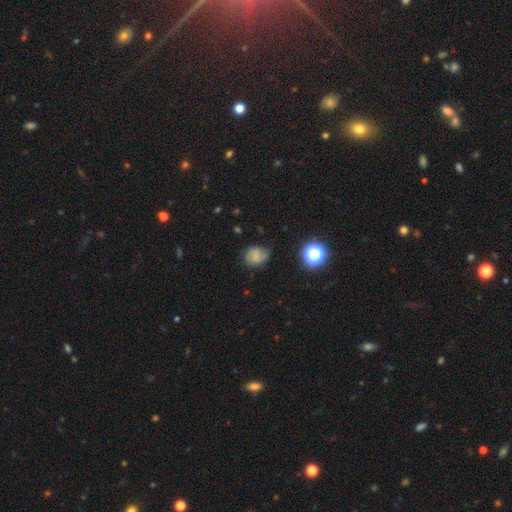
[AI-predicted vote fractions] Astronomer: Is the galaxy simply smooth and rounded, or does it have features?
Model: smooth — 64%.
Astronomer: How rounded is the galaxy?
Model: round — 63%.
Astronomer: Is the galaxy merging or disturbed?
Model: none — 62%.